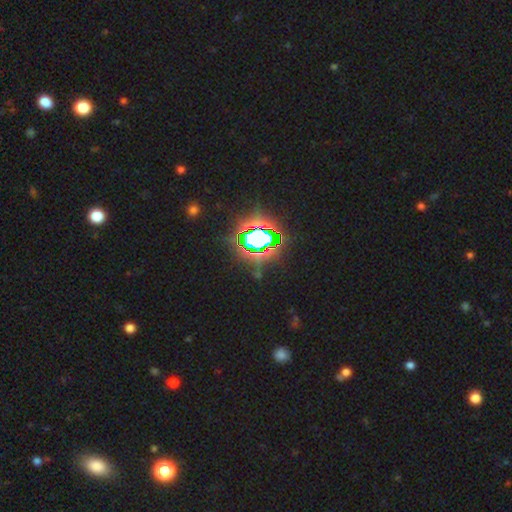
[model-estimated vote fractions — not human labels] Smooth or featured?
  - star or artifact: 81% *
  - smooth: 12%
  - featured or disk: 7%